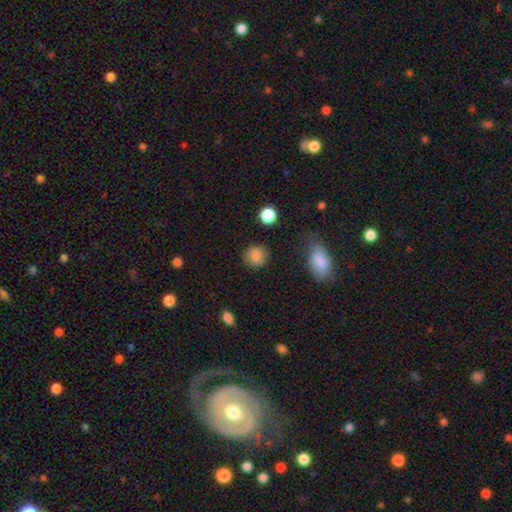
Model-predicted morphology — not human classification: Smooth or featured? smooth (85%)
How rounded? round (85%)
Merging? none (84%)